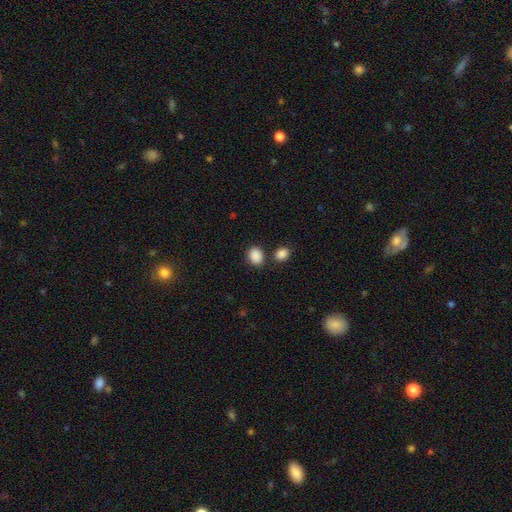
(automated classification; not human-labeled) This is clearly a smooth galaxy (88%). How rounded: possibly in between (52%). Merging: likely none (75%).